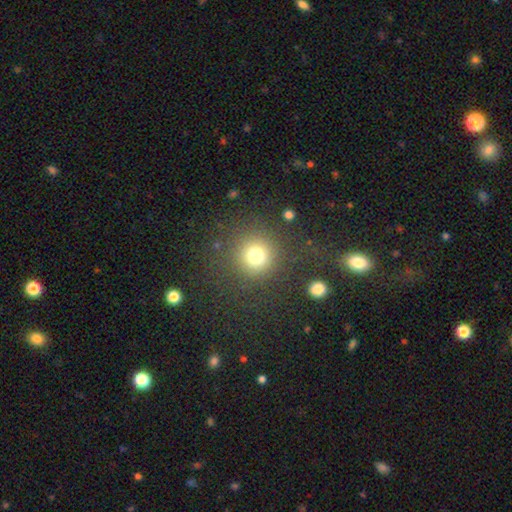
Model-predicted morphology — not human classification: The model was most divided on "smooth or featured": smooth: 76%, star or artifact: 16%, featured or disk: 8%. More confident: how rounded — round (93%); merging — none (84%).